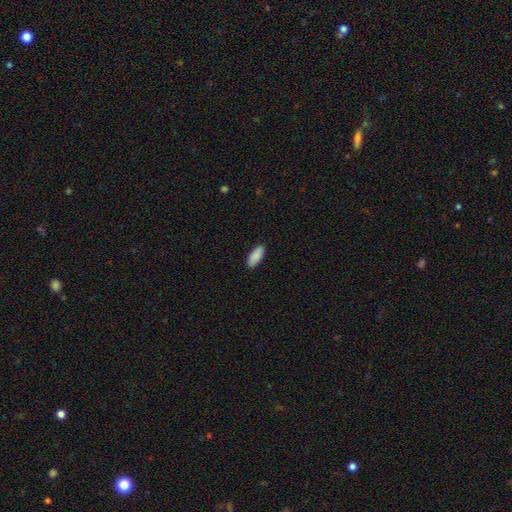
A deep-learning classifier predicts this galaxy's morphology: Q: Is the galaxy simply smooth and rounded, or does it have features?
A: smooth — 90%.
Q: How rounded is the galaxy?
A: in between — 83%.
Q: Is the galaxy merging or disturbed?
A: none — 89%.